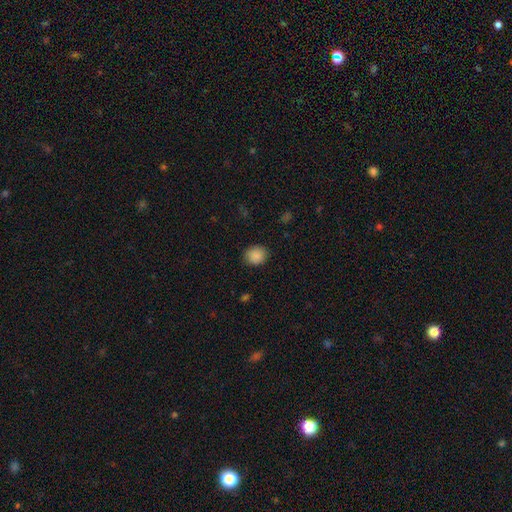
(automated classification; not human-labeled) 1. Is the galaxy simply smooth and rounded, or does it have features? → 89% smooth, 8% star or artifact, 3% featured or disk.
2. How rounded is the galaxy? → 71% round, 28% in between, 1% cigar-shaped.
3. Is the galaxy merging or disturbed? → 87% none, 9% minor disturbance, 3% major disturbance, 1% merger.